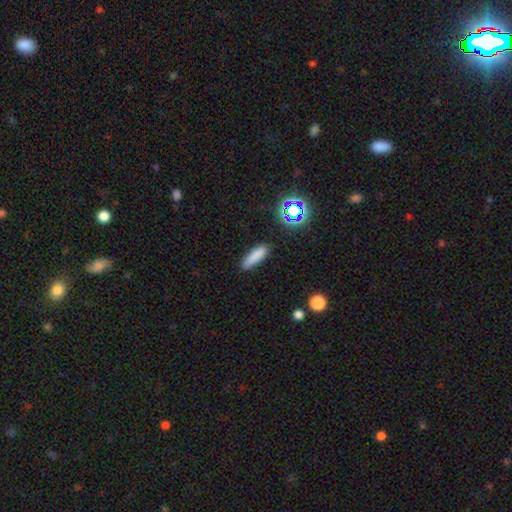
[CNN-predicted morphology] smooth_or_featured: smooth (p=0.80) [alt: star or artifact p=0.12]
how_rounded: cigar-shaped (p=0.69) [alt: in between p=0.29]
merging: none (p=0.86) [alt: minor disturbance p=0.10]